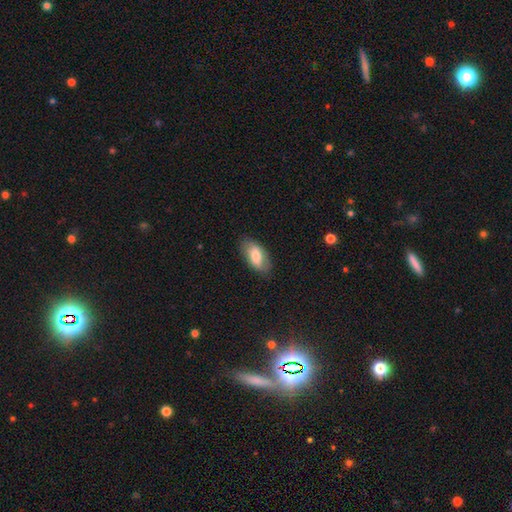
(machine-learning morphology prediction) Smooth or featured?
  - smooth: 74% *
  - featured or disk: 20%
  - star or artifact: 6%
How rounded?
  - in between: 93% *
  - cigar-shaped: 4%
  - round: 3%
Merging?
  - none: 80% *
  - minor disturbance: 15%
  - major disturbance: 3%
  - merger: 1%